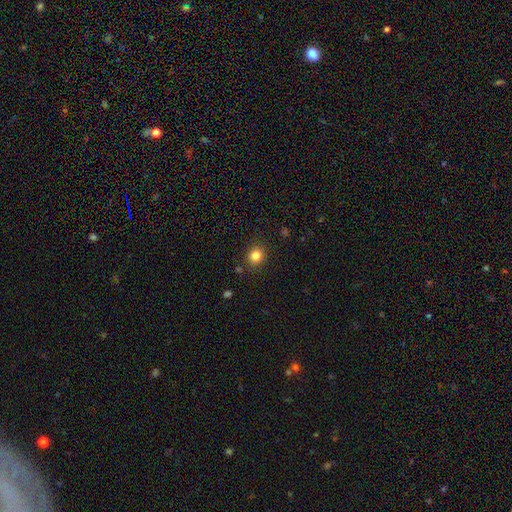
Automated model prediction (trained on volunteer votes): Smooth or featured: smooth — 83% (star or artifact — 12%)
How rounded: round — 80% (in between — 19%)
Merging: none — 88% (minor disturbance — 8%)